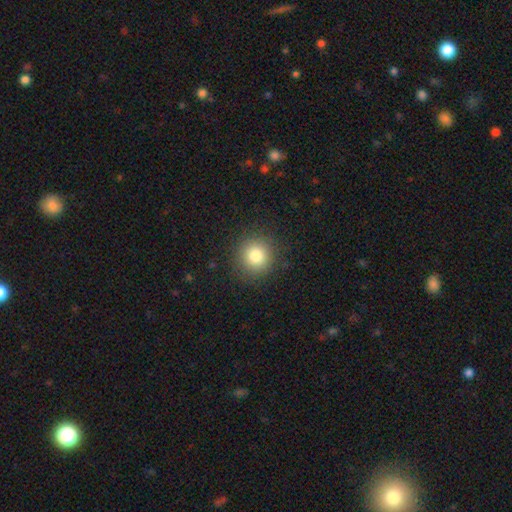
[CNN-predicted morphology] Q: Smooth or featured?
A: smooth (81%); runner-up: star or artifact (12%)
Q: How rounded?
A: round (93%); runner-up: in between (6%)
Q: Merging?
A: none (89%); runner-up: minor disturbance (7%)